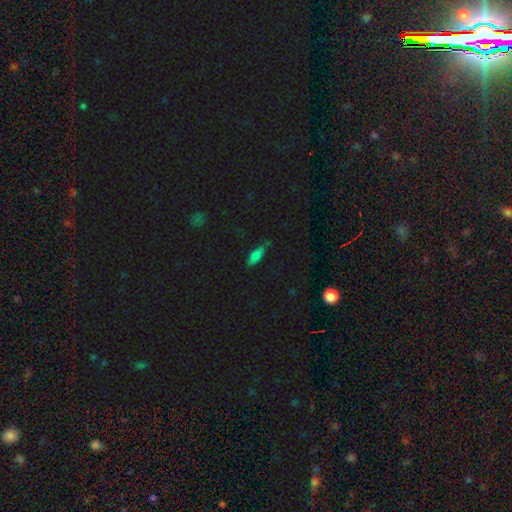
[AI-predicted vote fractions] Morphology: type=smooth (64%); roundness=in between (64%); merging=none (70%).